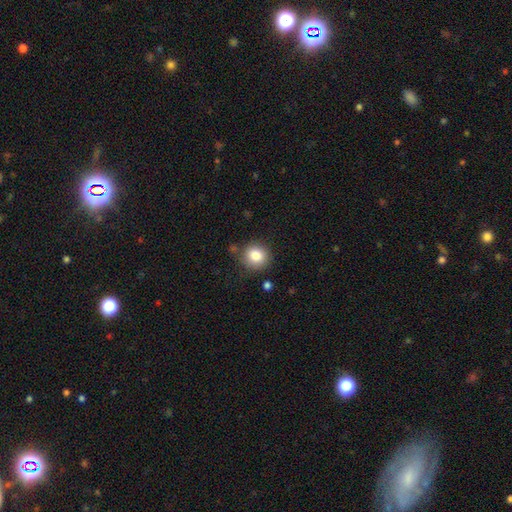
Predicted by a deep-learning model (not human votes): This is clearly a smooth galaxy (85%). How rounded: clearly round (88%). Merging: clearly none (81%).